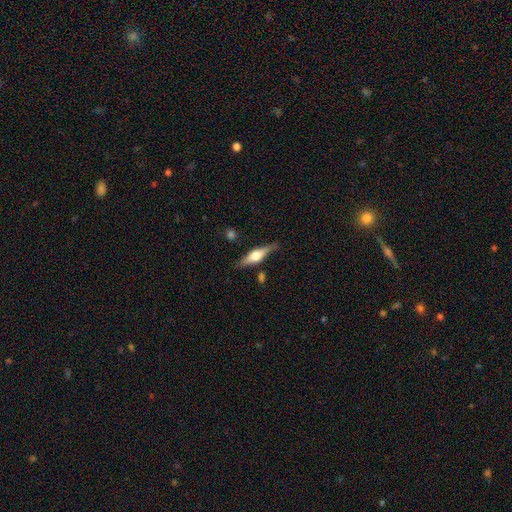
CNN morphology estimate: smooth_or_featured: featured or disk (p=0.66) [alt: smooth p=0.28]
disk_edge_on: yes (p=0.96) [alt: no p=0.04]
edge_on_bulge: rounded (p=0.92) [alt: boxy p=0.06]
merging: none (p=0.82) [alt: minor disturbance p=0.12]